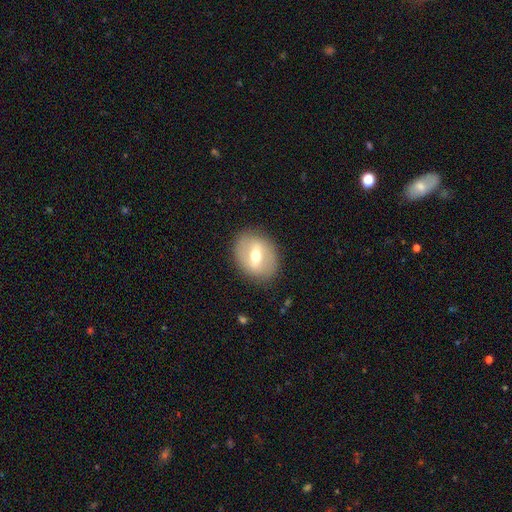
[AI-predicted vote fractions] A featured or disk galaxy (55%).

Vote fractions:
- Smooth or featured? featured or disk: 55% / smooth: 38% / star or artifact: 7%
- Edge-on disk? no: 86% / yes: 14%
- Merging? none: 86% / minor disturbance: 9% / major disturbance: 4% / merger: 1%